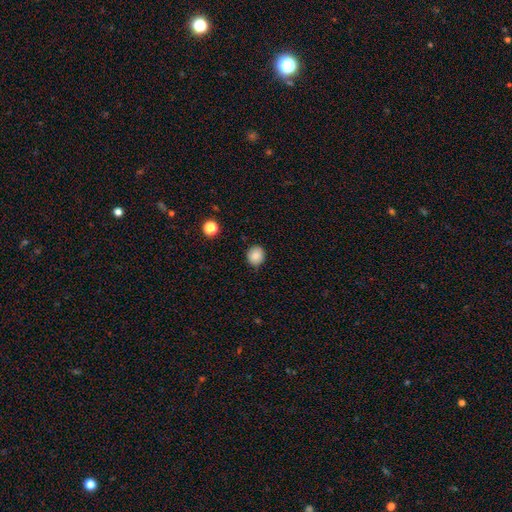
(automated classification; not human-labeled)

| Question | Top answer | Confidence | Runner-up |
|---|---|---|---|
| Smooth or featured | smooth | 86% | star or artifact (10%) |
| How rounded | round | 80% | in between (19%) |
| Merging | none | 86% | minor disturbance (10%) |